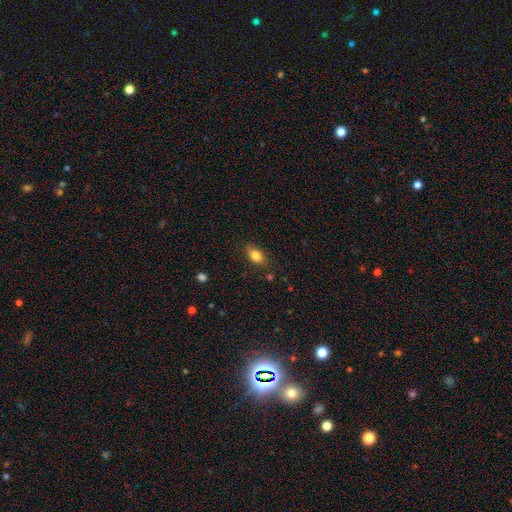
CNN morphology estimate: This is clearly a smooth galaxy (82%). How rounded: clearly in between (84%). Merging: clearly none (81%).